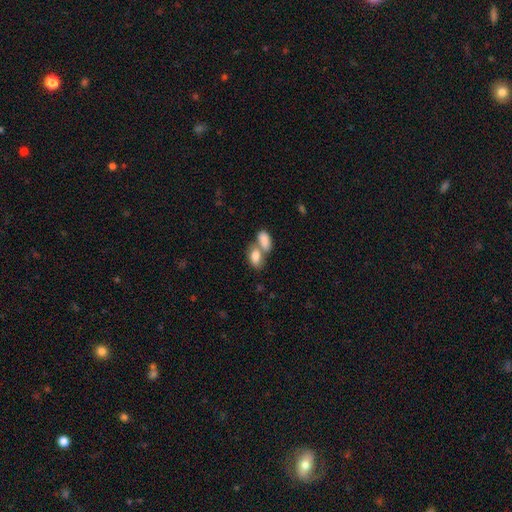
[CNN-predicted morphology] Smooth or featured? Predicted: smooth (p=0.83). How rounded? Predicted: in between (p=0.90). Merging? Predicted: merger (p=0.62).